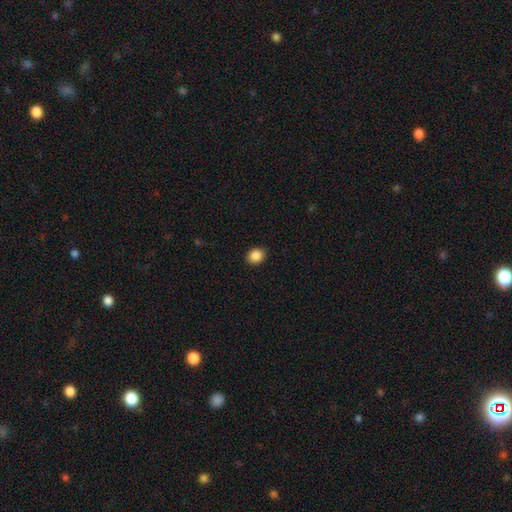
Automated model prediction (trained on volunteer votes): smooth-or-featured: smooth: 88% | star or artifact: 9% | featured or disk: 3%
  how-rounded: round: 66% | in between: 33% | cigar-shaped: 1%
  merging: none: 90% | minor disturbance: 7% | major disturbance: 2% | merger: 1%